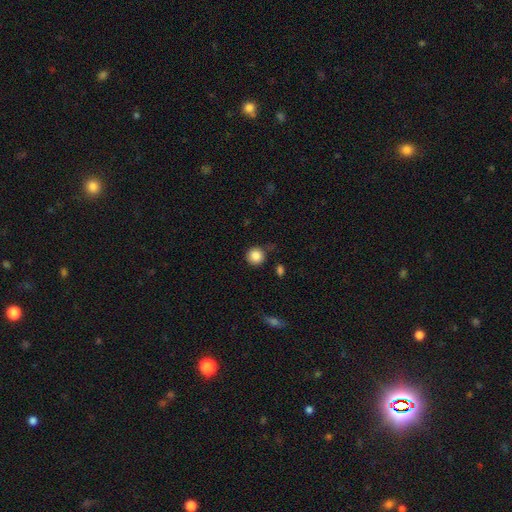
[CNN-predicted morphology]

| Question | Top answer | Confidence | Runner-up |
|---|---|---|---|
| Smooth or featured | smooth | 86% | star or artifact (10%) |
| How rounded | round | 93% | in between (6%) |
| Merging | none | 81% | minor disturbance (13%) |